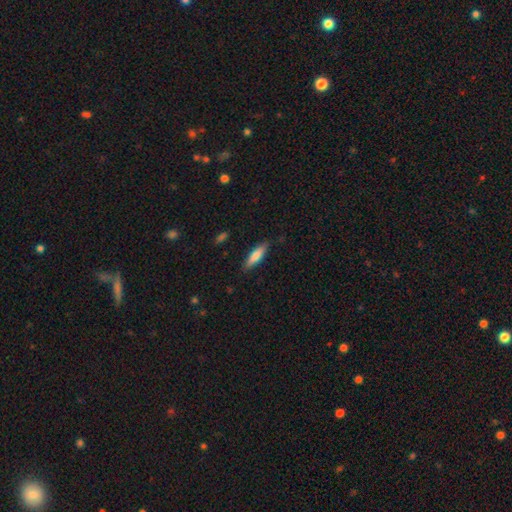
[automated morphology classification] smooth-or-featured: smooth: 75% | featured or disk: 19% | star or artifact: 6%
  how-rounded: cigar-shaped: 62% | in between: 36% | round: 2%
  merging: none: 84% | minor disturbance: 12% | major disturbance: 2% | merger: 1%